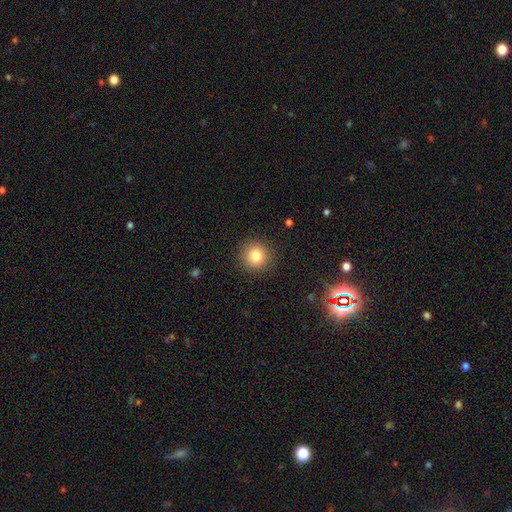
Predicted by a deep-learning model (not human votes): smooth_or_featured: smooth (p=0.82) [alt: star or artifact p=0.11]
how_rounded: round (p=0.94) [alt: in between p=0.05]
merging: none (p=0.91) [alt: minor disturbance p=0.06]